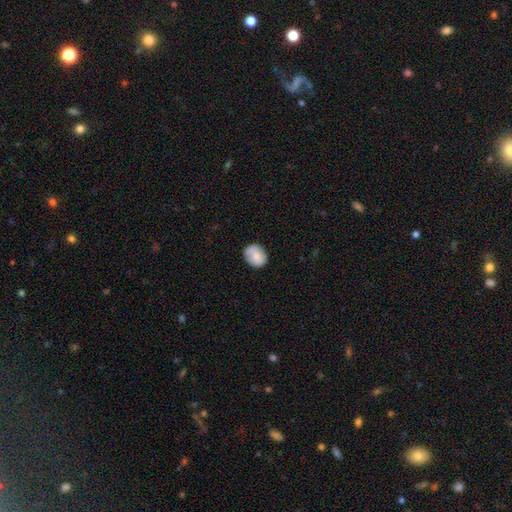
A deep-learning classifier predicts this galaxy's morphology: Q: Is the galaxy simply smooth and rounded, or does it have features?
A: smooth — 82%.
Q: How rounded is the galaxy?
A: round — 57%.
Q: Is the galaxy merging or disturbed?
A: none — 78%.